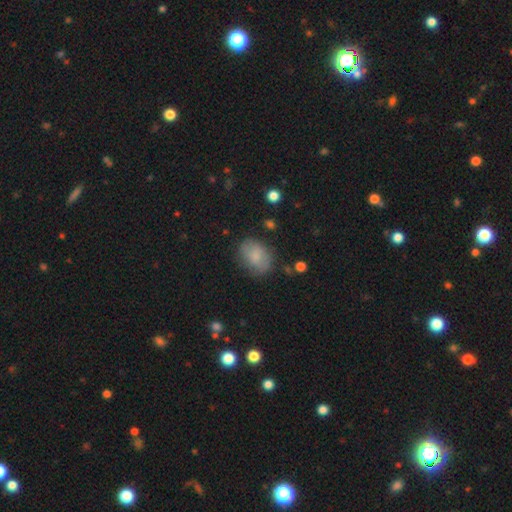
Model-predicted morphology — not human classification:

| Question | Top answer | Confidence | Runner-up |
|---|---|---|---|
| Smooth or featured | smooth | 76% | featured or disk (15%) |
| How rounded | in between | 70% | round (29%) |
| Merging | none | 74% | minor disturbance (19%) |